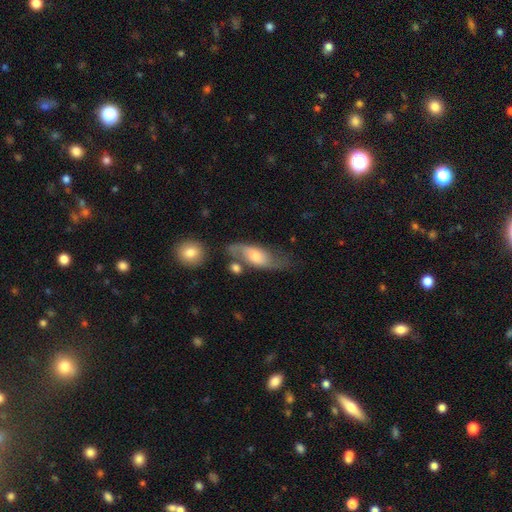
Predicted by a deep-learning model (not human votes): Overall: featured or disk (52%; smooth 41%). Edge-on disk: no (84%). Merging: none (49%; minor disturbance 24%).